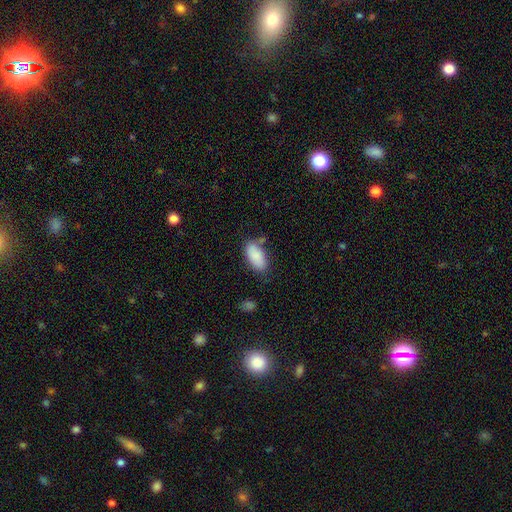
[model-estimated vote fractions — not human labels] Morphology: type=smooth (87%); roundness=in between (92%); merging=none (67%).